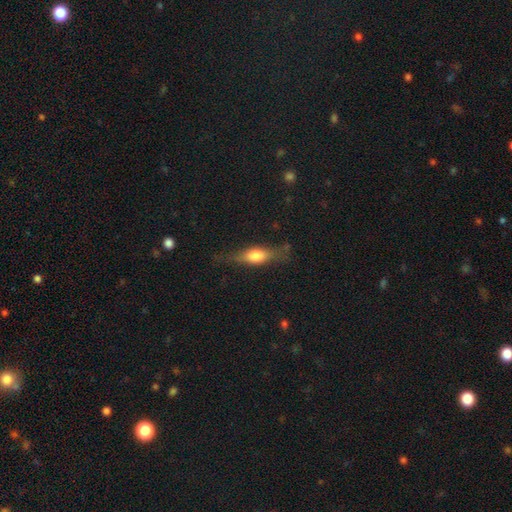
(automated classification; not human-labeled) The model was most divided on "how rounded": in between: 57%, cigar-shaped: 38%, round: 5%. More confident: merging — none (67%); smooth or featured — smooth (56%).